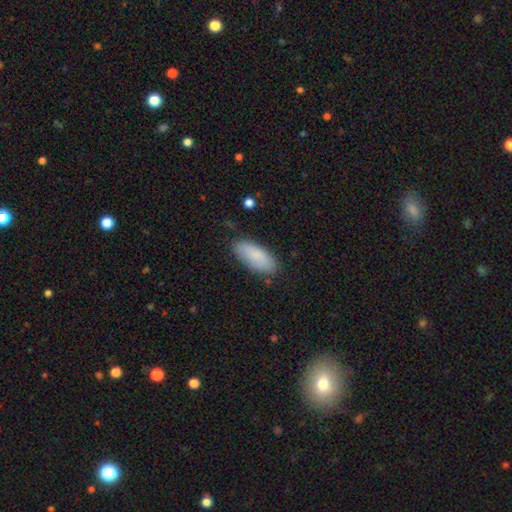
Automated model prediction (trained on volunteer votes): This appears to be a smooth galaxy with no disk features (86%) that is in between round and cigar-shaped (84%). Merging: none (82%).